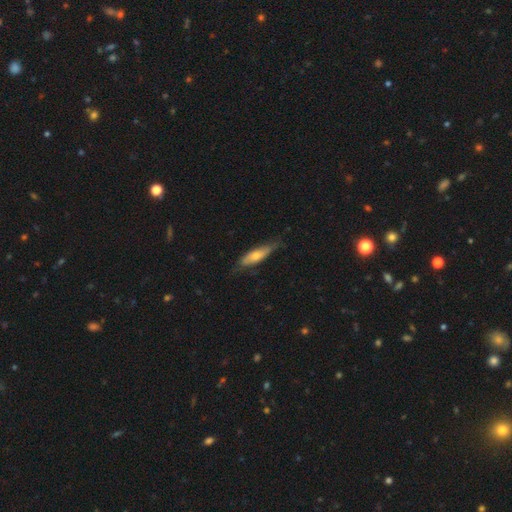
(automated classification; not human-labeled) smooth_or_featured: smooth (p=0.56) [alt: featured or disk p=0.38]
how_rounded: cigar-shaped (p=0.54) [alt: in between p=0.44]
merging: none (p=0.64) [alt: minor disturbance p=0.27]